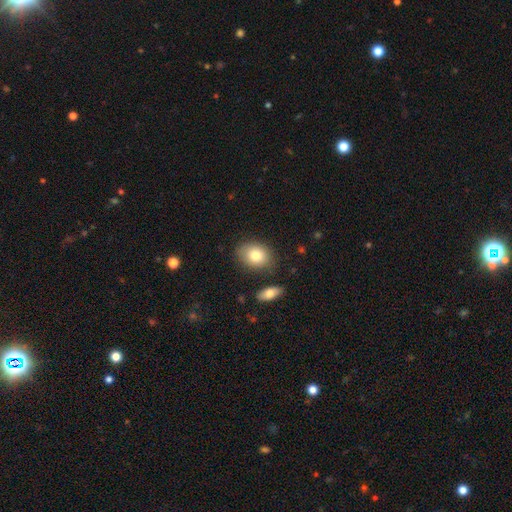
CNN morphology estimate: A smooth galaxy with no disk features (80%) that is in between round and cigar-shaped (66%).

Vote fractions:
- Smooth or featured? smooth: 80% / featured or disk: 12% / star or artifact: 8%
- How rounded? in between: 66% / round: 33% / cigar-shaped: 1%
- Merging? none: 79% / minor disturbance: 13% / merger: 5% / major disturbance: 3%